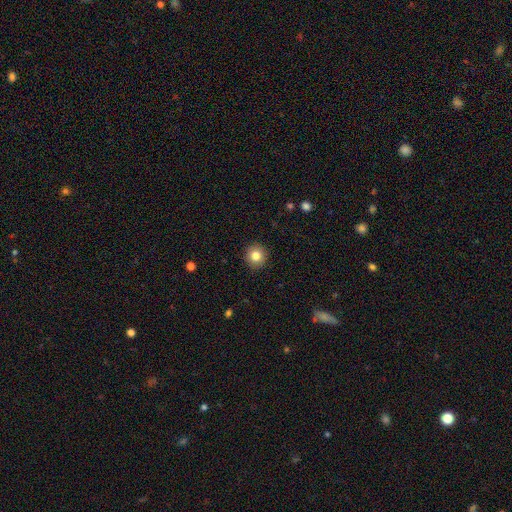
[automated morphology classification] smooth_or_featured: smooth (p=0.83) [alt: star or artifact p=0.10]
how_rounded: round (p=0.93) [alt: in between p=0.06]
merging: none (p=0.92) [alt: minor disturbance p=0.05]